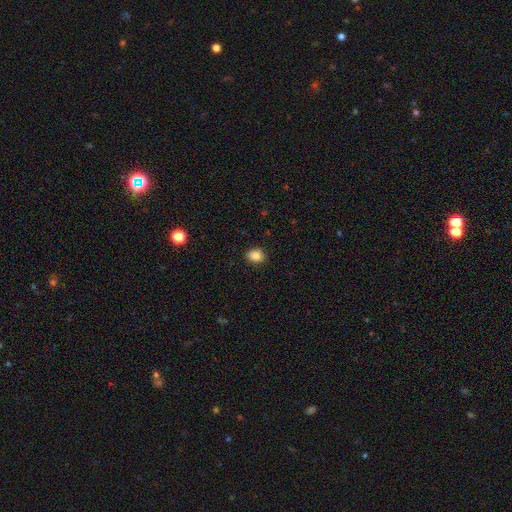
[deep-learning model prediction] This appears to be a smooth galaxy with no disk features (84%) that is in between round and cigar-shaped (53%). Merging: none (88%).